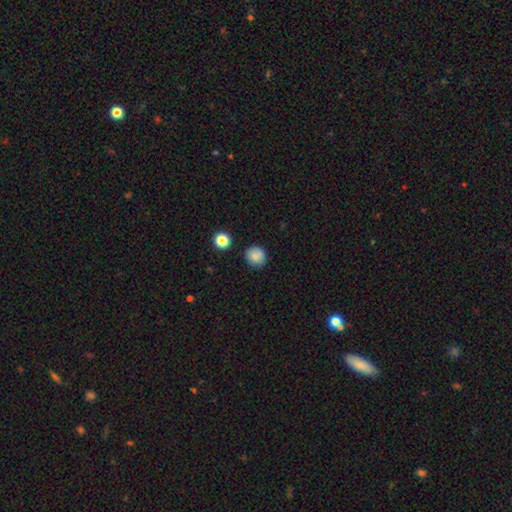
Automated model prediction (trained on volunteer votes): A smooth galaxy with no disk features (86%) that is round (87%).

Vote fractions:
- Smooth or featured? smooth: 86% / star or artifact: 10% / featured or disk: 4%
- How rounded? round: 87% / in between: 12% / cigar-shaped: 1%
- Merging? none: 87% / minor disturbance: 9% / major disturbance: 2% / merger: 2%